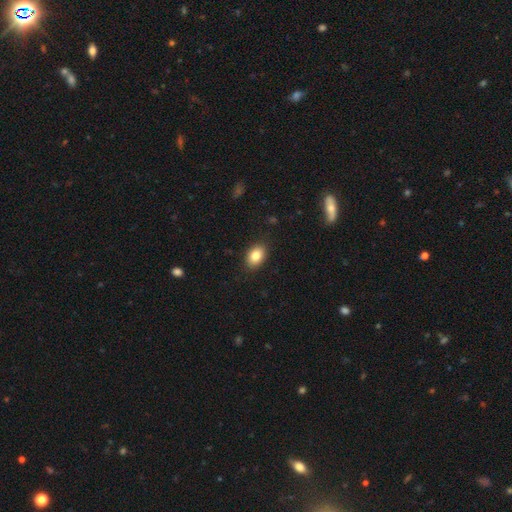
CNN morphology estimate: This appears to be a smooth galaxy with no disk features (83%) that is in between round and cigar-shaped (81%). Merging: none (87%).